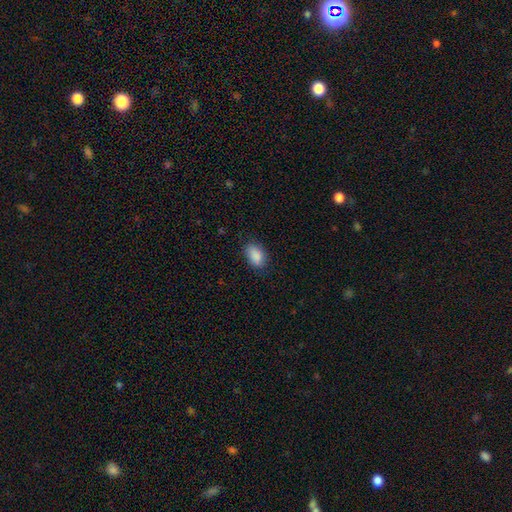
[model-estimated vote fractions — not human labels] Smooth or featured? Predicted: smooth (p=0.88). How rounded? Predicted: in between (p=0.88). Merging? Predicted: none (p=0.79).